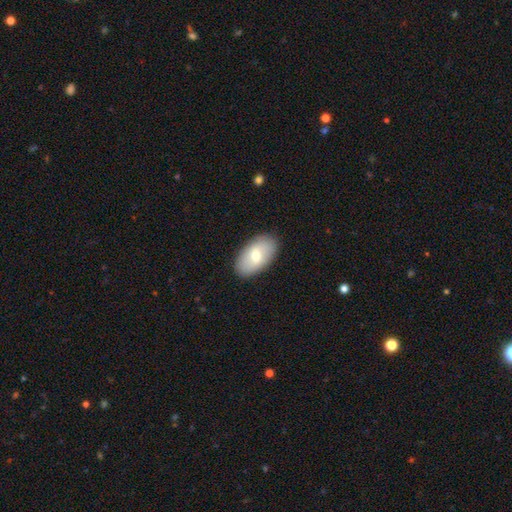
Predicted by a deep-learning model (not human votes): smooth 68%, featured or disk 26%, star or artifact 6%. Down the decision tree: how rounded — in between (94%); merging — none (89%).